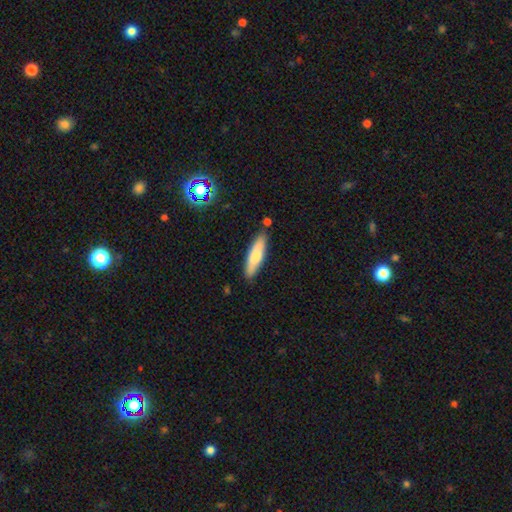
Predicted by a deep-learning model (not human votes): Q: Smooth or featured?
A: smooth (72%); runner-up: featured or disk (22%)
Q: How rounded?
A: cigar-shaped (67%); runner-up: in between (31%)
Q: Merging?
A: none (82%); runner-up: minor disturbance (12%)